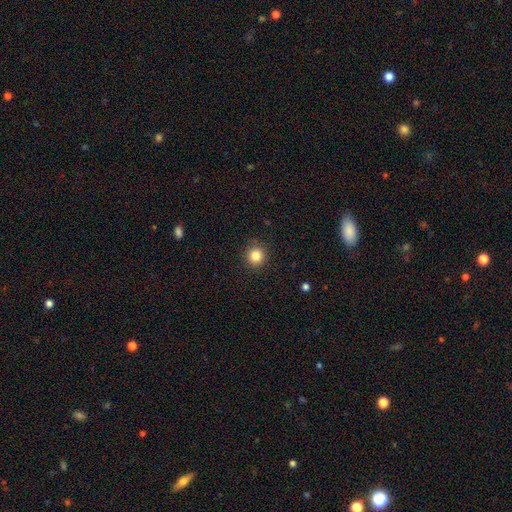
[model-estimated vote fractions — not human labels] smooth_or_featured: smooth (p=0.84) [alt: star or artifact p=0.11]
how_rounded: round (p=0.92) [alt: in between p=0.07]
merging: none (p=0.90) [alt: minor disturbance p=0.06]